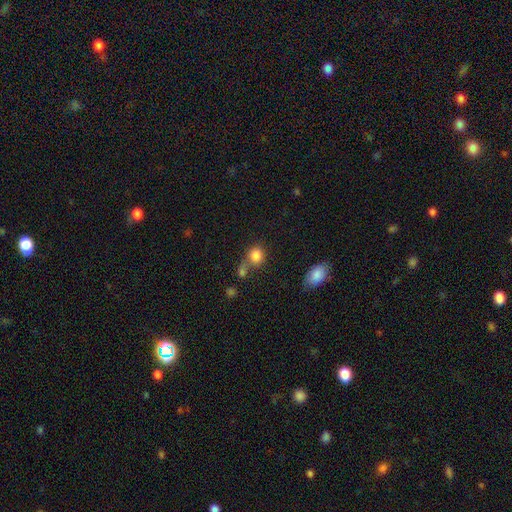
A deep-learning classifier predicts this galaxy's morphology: A smooth galaxy with no disk features (83%) that is round (75%). Merging: none (49%).